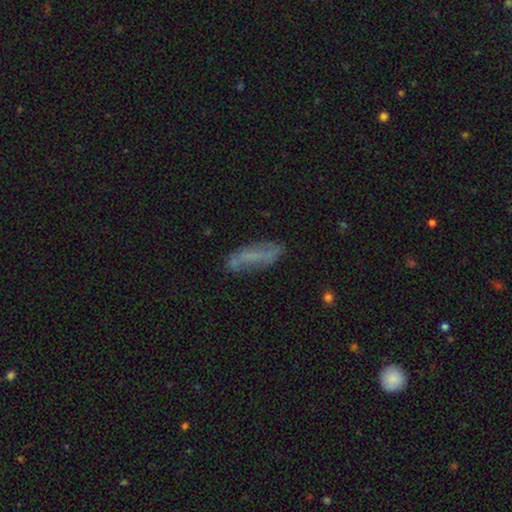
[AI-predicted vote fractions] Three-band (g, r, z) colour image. It shows a smooth galaxy with no disk features (48%). Merging: none (64%).